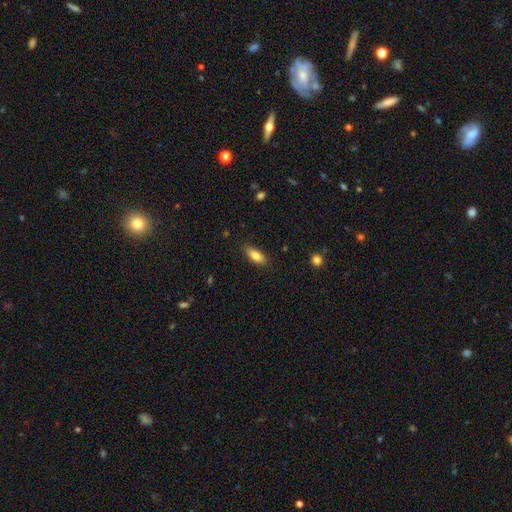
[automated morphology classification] Q: Smooth or featured?
A: smooth (82%); runner-up: featured or disk (10%)
Q: How rounded?
A: in between (79%); runner-up: cigar-shaped (18%)
Q: Merging?
A: none (83%); runner-up: minor disturbance (13%)